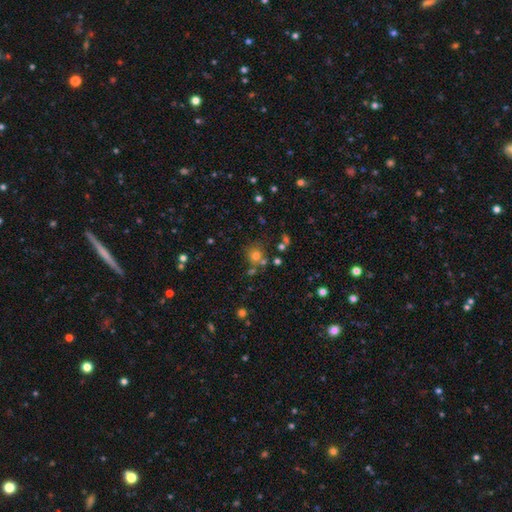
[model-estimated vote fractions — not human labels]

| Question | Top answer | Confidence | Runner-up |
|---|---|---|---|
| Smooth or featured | smooth | 69% | star or artifact (21%) |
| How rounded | round | 85% | in between (14%) |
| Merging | none | 66% | merger (17%) |